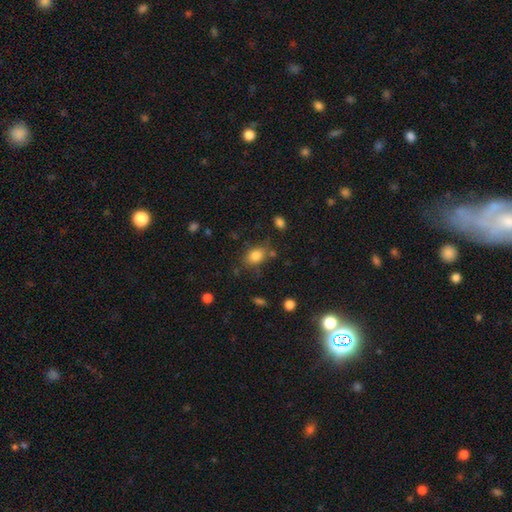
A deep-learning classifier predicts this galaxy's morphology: Smooth or featured? Predicted: smooth (p=0.82). How rounded? Predicted: in between (p=0.73). Merging? Predicted: none (p=0.73).